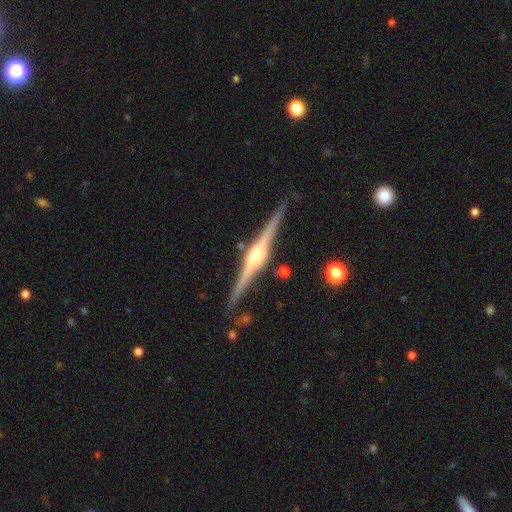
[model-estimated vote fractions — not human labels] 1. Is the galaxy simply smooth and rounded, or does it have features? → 88% featured or disk, 7% smooth, 5% star or artifact.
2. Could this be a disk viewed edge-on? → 98% yes, 2% no.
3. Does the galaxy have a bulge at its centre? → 82% rounded, 15% boxy, 3% none.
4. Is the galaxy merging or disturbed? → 89% none, 8% minor disturbance, 2% merger, 2% major disturbance.